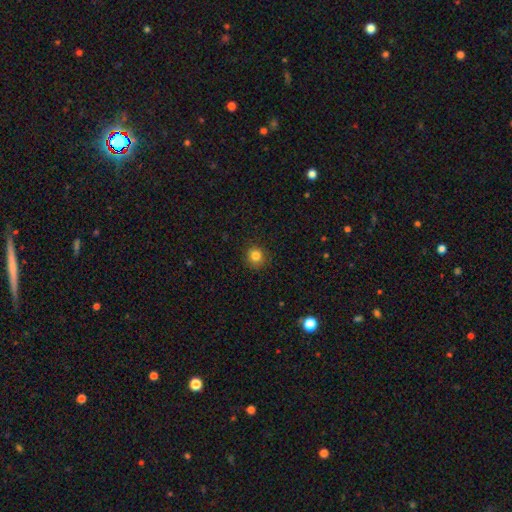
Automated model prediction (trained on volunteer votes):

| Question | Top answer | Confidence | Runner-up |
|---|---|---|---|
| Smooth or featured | smooth | 83% | star or artifact (12%) |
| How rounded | round | 92% | in between (7%) |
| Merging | none | 90% | minor disturbance (7%) |